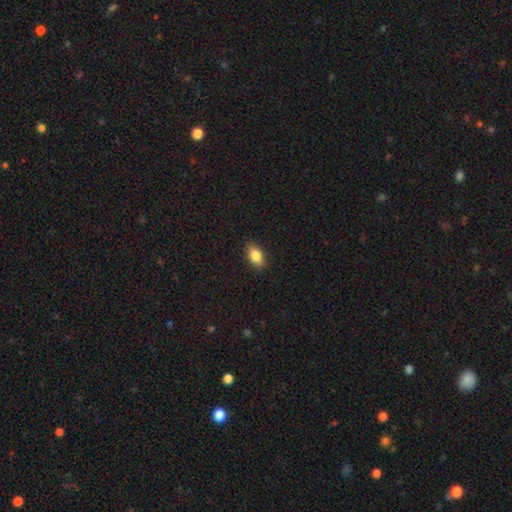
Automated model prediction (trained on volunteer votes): The model was most divided on "merging": none: 87%, minor disturbance: 10%, major disturbance: 2%, merger: 1%. More confident: how rounded — in between (88%); smooth or featured — smooth (85%).